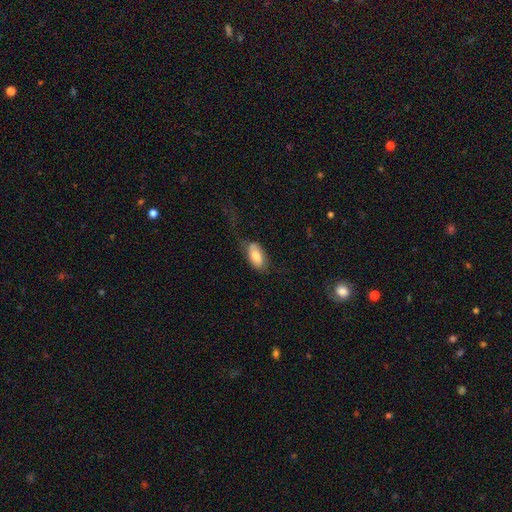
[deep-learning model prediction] Overall: smooth (69%). How rounded: in between (92%). Merging: none (46%; major disturbance 27%).